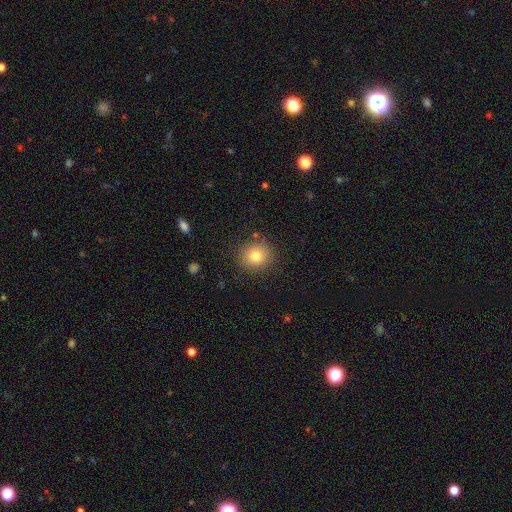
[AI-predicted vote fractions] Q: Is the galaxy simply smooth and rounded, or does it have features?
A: smooth — 80%.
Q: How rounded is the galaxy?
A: round — 82%.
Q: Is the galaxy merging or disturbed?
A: none — 86%.